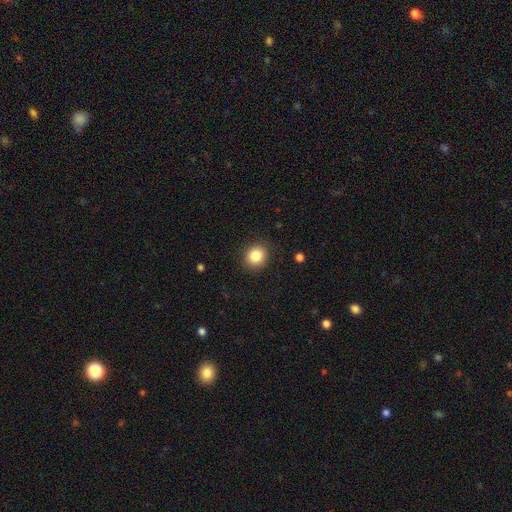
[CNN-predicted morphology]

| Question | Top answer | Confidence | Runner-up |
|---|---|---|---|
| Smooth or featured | smooth | 84% | star or artifact (10%) |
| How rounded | round | 78% | in between (21%) |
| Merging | none | 90% | minor disturbance (7%) |